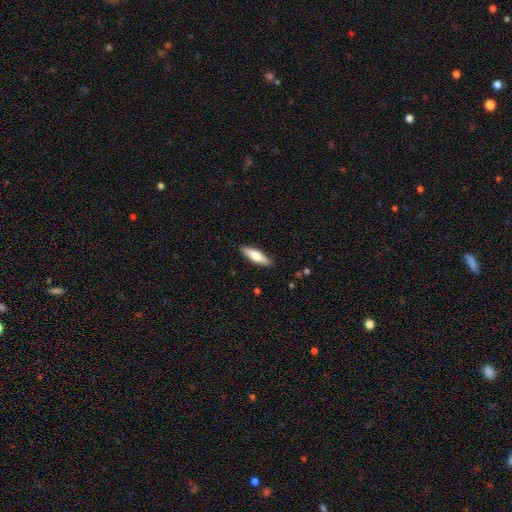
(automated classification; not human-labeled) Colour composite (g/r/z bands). It shows a smooth galaxy with no disk features (64%) that is cigar-shaped (59%). Merging: none (89%).